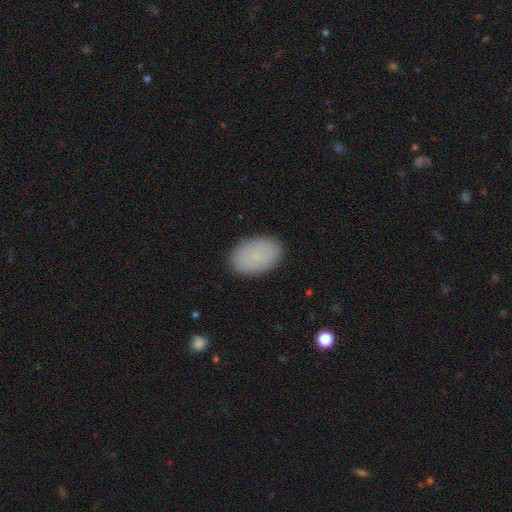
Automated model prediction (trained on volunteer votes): Morphology: type=smooth (83%); roundness=in between (90%); merging=none (89%).